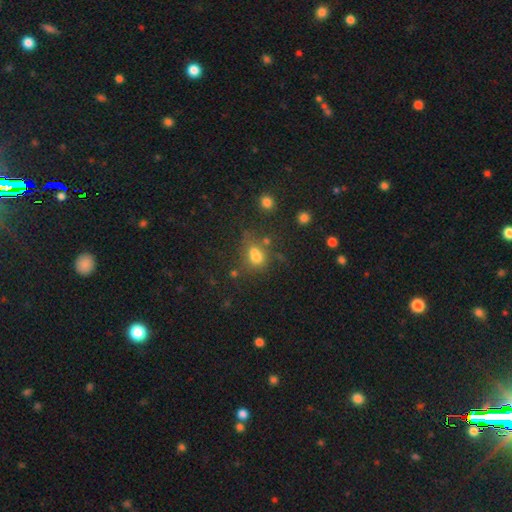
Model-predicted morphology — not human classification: A smooth galaxy with no disk features (68%) that is in between round and cigar-shaped (66%). Merging: none (43%).